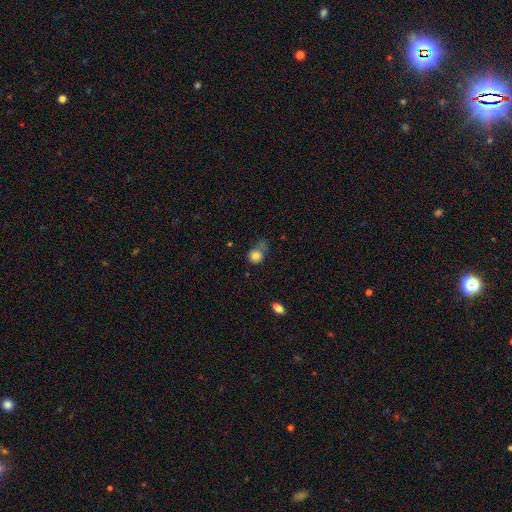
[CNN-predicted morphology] The model was most divided on "merging": none: 38%, minor disturbance: 30%, major disturbance: 22%, merger: 10%. More confident: smooth or featured — smooth (79%); how rounded — round (70%).